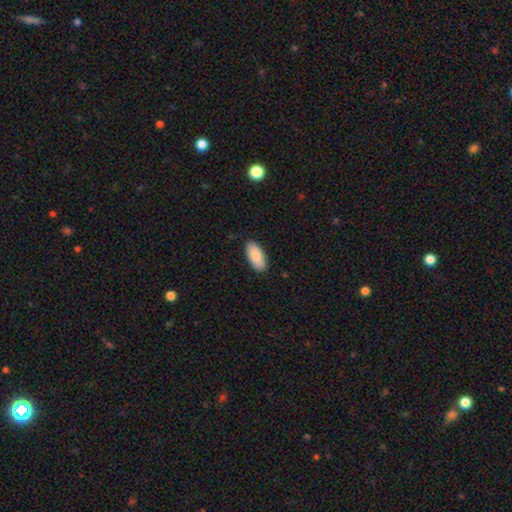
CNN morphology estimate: A smooth galaxy with no disk features (86%) that is in between round and cigar-shaped (91%).

Vote fractions:
- Smooth or featured? smooth: 86% / featured or disk: 8% / star or artifact: 6%
- How rounded? in between: 91% / cigar-shaped: 7% / round: 2%
- Merging? none: 88% / minor disturbance: 9% / major disturbance: 2% / merger: 1%